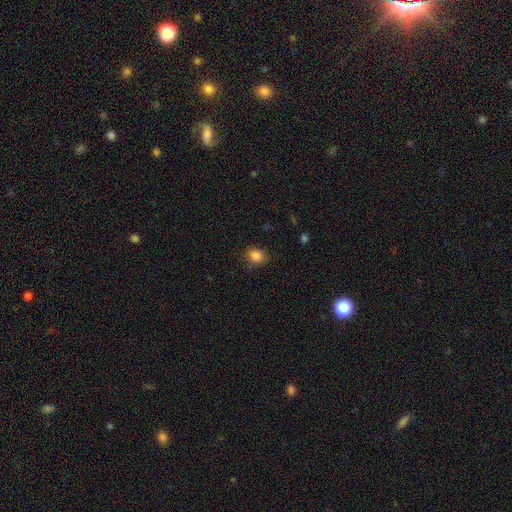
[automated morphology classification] The model was most divided on "how rounded": round: 77%, in between: 22%, cigar-shaped: 1%. More confident: smooth or featured — smooth (85%); merging — none (78%).